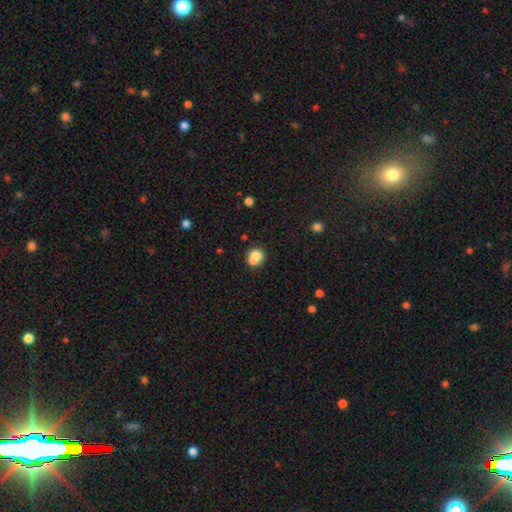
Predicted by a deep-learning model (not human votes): Smooth or featured?
  - smooth: 76% *
  - featured or disk: 13%
  - star or artifact: 10%
How rounded?
  - round: 78% *
  - in between: 21%
  - cigar-shaped: 1%
Merging?
  - merger: 48% *
  - none: 39%
  - minor disturbance: 9%
  - major disturbance: 4%